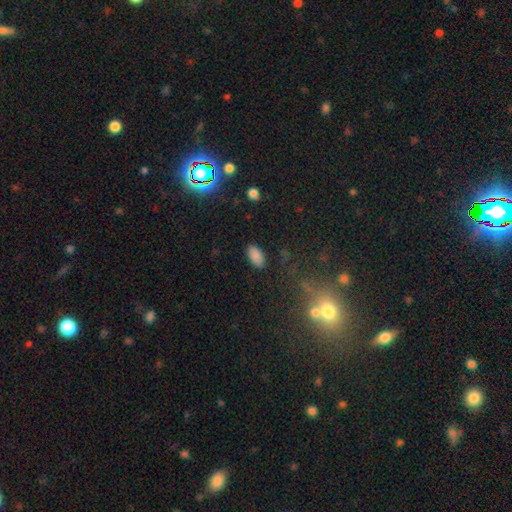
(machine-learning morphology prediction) This appears to be a smooth galaxy with no disk features (85%) that is in between round and cigar-shaped (94%). Merging: none (85%).